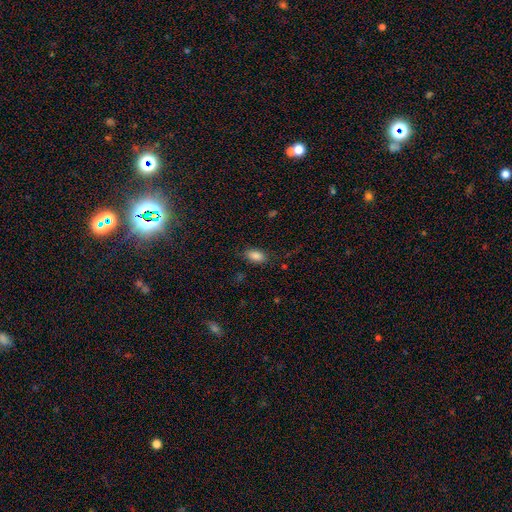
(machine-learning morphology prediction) Smooth or featured? Predicted: smooth (p=0.86). How rounded? Predicted: in between (p=0.91). Merging? Predicted: none (p=0.82).